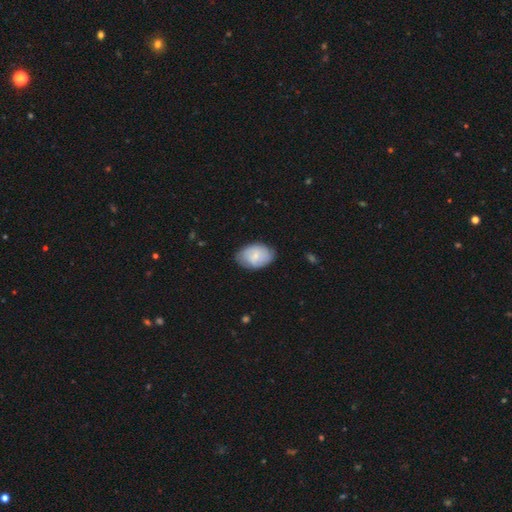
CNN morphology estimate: Smooth or featured? smooth (55%)
How rounded? in between (83%)
Merging? none (75%)